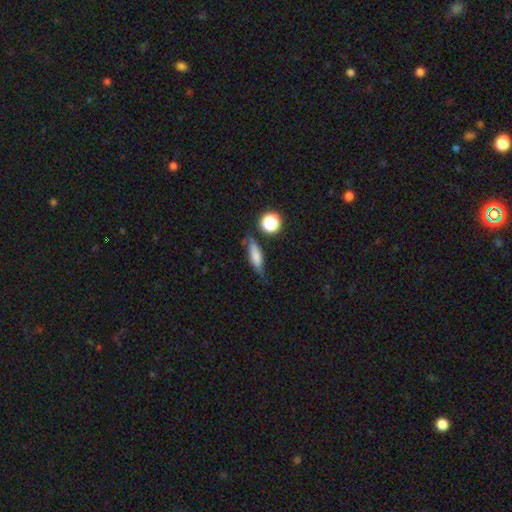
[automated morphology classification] Smooth or featured: smooth — 68% (featured or disk — 22%)
How rounded: cigar-shaped — 48% (in between — 46%)
Merging: none — 66% (minor disturbance — 23%)